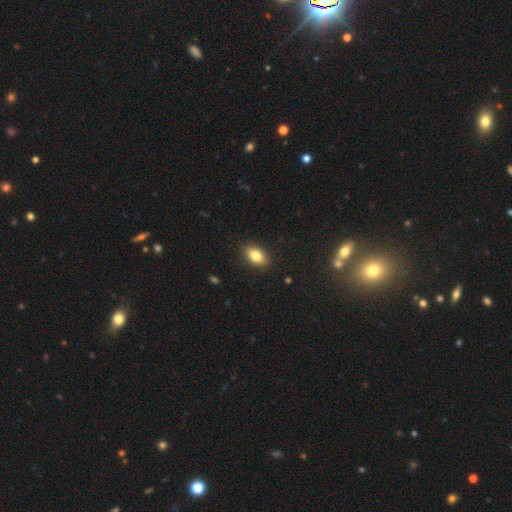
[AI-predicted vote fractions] Smooth or featured?
  - smooth: 83% *
  - star or artifact: 8%
  - featured or disk: 8%
How rounded?
  - in between: 88% *
  - round: 10%
  - cigar-shaped: 2%
Merging?
  - none: 88% *
  - minor disturbance: 9%
  - major disturbance: 2%
  - merger: 1%